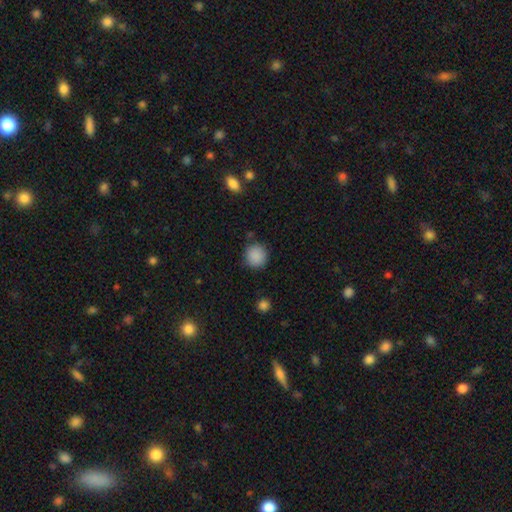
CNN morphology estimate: A smooth galaxy with no disk features (88%) that is round (92%). Merging: none (86%).